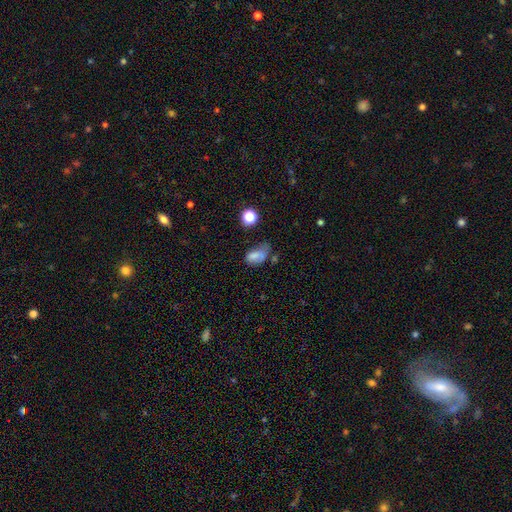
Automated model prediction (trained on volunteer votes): smooth-or-featured: smooth: 70% | featured or disk: 16% | star or artifact: 14%
  how-rounded: in between: 84% | round: 14% | cigar-shaped: 3%
  merging: minor disturbance: 31% | none: 29% | major disturbance: 28% | merger: 12%